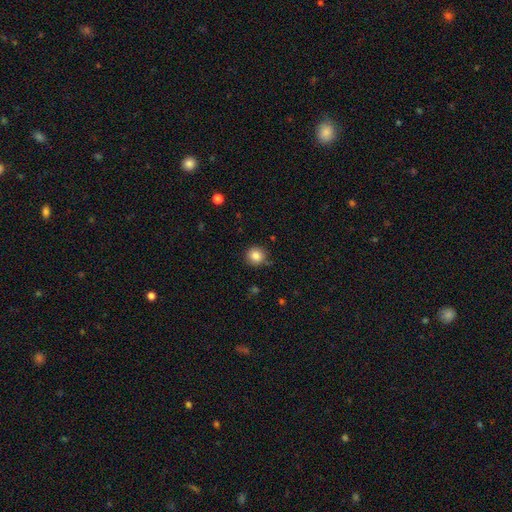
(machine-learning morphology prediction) Smooth or featured?
  - smooth: 85% *
  - star or artifact: 10%
  - featured or disk: 5%
How rounded?
  - round: 93% *
  - in between: 6%
  - cigar-shaped: 1%
Merging?
  - none: 85% *
  - minor disturbance: 11%
  - major disturbance: 2%
  - merger: 2%